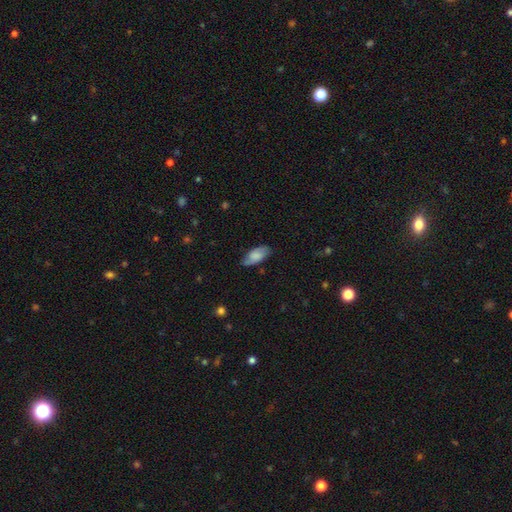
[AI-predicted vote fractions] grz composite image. It shows a smooth galaxy with no disk features (67%) that is in between round and cigar-shaped (90%). Merging: none (73%).